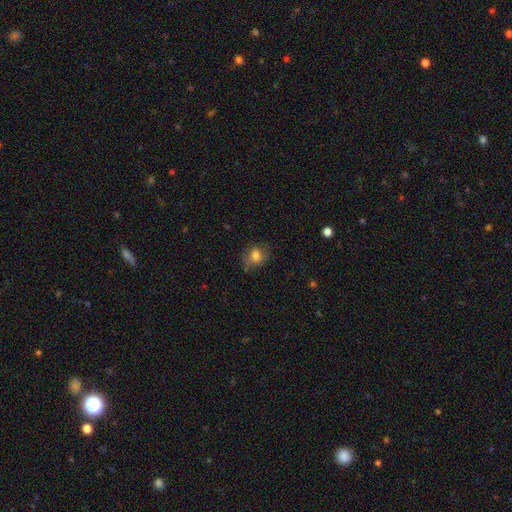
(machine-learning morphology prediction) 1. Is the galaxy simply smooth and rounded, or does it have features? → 76% smooth, 14% featured or disk, 10% star or artifact.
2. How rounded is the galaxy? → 59% round, 40% in between, 1% cigar-shaped.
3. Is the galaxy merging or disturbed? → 65% none, 25% minor disturbance, 8% major disturbance, 2% merger.